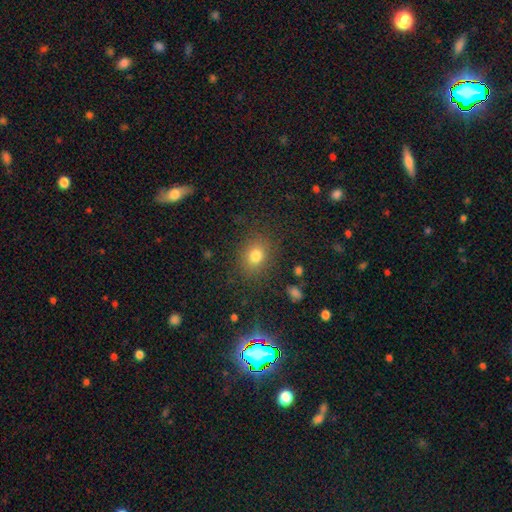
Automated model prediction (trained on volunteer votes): Smooth or featured? smooth (78%)
How rounded? round (59%)
Merging? none (84%)